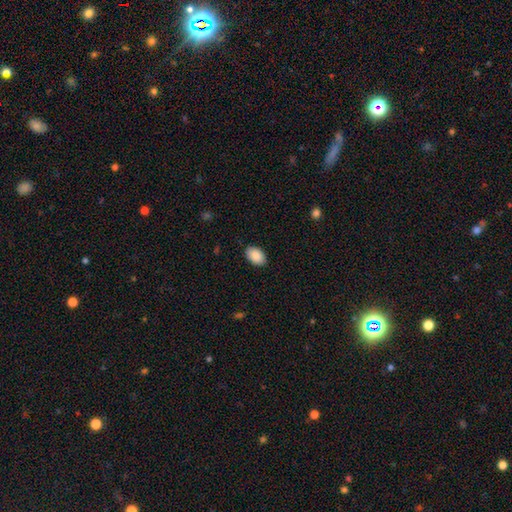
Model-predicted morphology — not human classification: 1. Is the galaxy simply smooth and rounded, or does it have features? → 90% smooth, 7% star or artifact, 4% featured or disk.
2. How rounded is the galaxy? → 88% in between, 11% round, 1% cigar-shaped.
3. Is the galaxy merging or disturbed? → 89% none, 9% minor disturbance, 2% major disturbance, 1% merger.